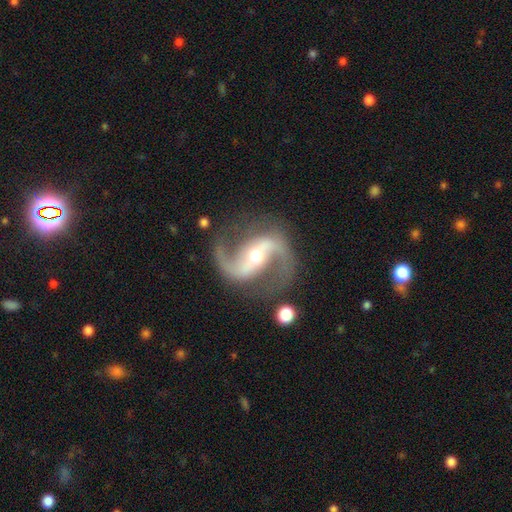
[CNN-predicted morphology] Q: Smooth or featured?
A: featured or disk (93%); runner-up: star or artifact (4%)
Q: Edge-on disk?
A: no (98%); runner-up: yes (2%)
Q: Bar?
A: strong (51%); runner-up: weak (30%)
Q: Spiral arms?
A: yes (98%); runner-up: no (2%)
Q: Spiral winding?
A: medium (50%); runner-up: loose (42%)
Q: Spiral arm count?
A: 2 (94%); runner-up: 1 (1%)
Q: Bulge size?
A: moderate (58%); runner-up: small (36%)
Q: Merging?
A: none (82%); runner-up: minor disturbance (11%)